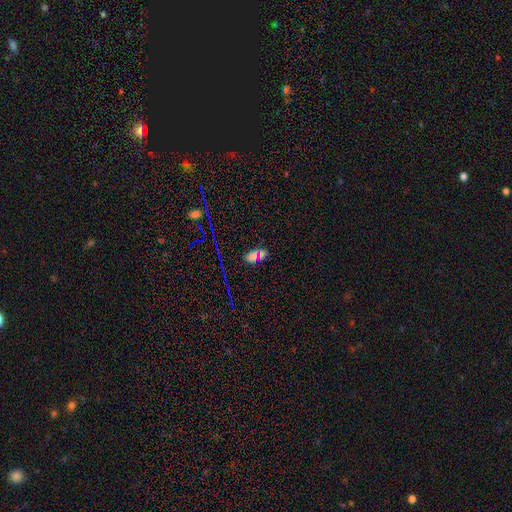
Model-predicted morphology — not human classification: smooth_or_featured: smooth (p=0.58) [alt: star or artifact p=0.32]
how_rounded: in between (p=0.85) [alt: round p=0.09]
merging: none (p=0.64) [alt: merger p=0.17]